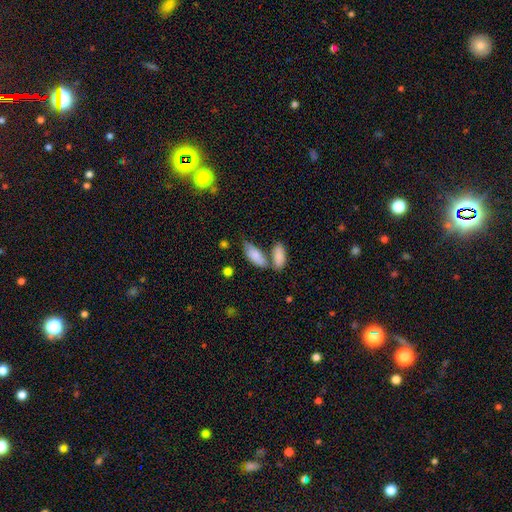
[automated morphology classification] Smooth or featured?
  - smooth: 82% *
  - featured or disk: 12%
  - star or artifact: 6%
How rounded?
  - in between: 82% *
  - cigar-shaped: 15%
  - round: 3%
Merging?
  - none: 43% *
  - merger: 37%
  - minor disturbance: 15%
  - major disturbance: 5%